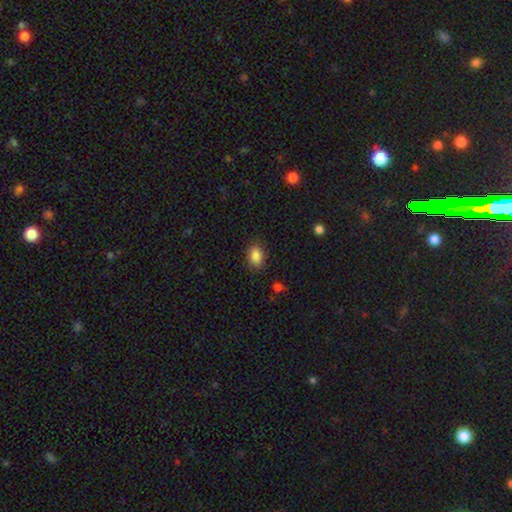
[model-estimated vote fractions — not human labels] The model was most divided on "how rounded": in between: 82%, round: 16%, cigar-shaped: 2%. More confident: smooth or featured — smooth (86%); merging — none (85%).